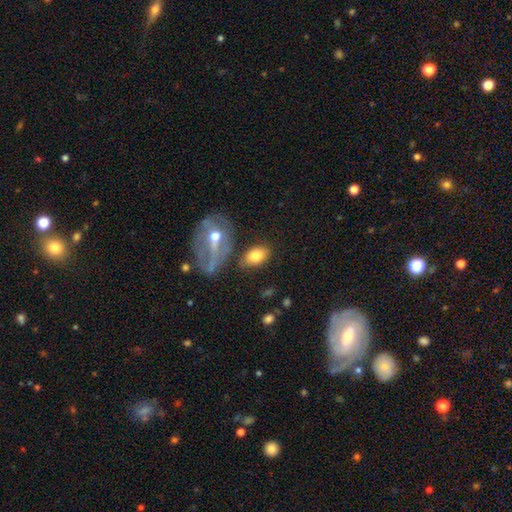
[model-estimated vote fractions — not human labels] The model was most divided on "merging": none: 67%, minor disturbance: 15%, merger: 11%, major disturbance: 7%. More confident: how rounded — in between (88%); smooth or featured — smooth (75%).